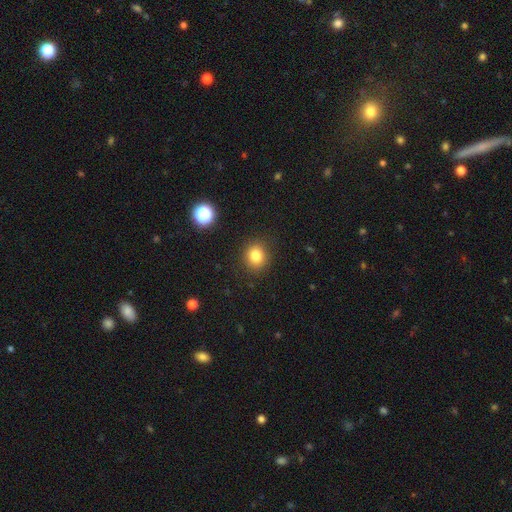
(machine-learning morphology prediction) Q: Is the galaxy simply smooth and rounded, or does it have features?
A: smooth — 81%.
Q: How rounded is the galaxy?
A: round — 77%.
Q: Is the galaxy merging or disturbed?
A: none — 89%.